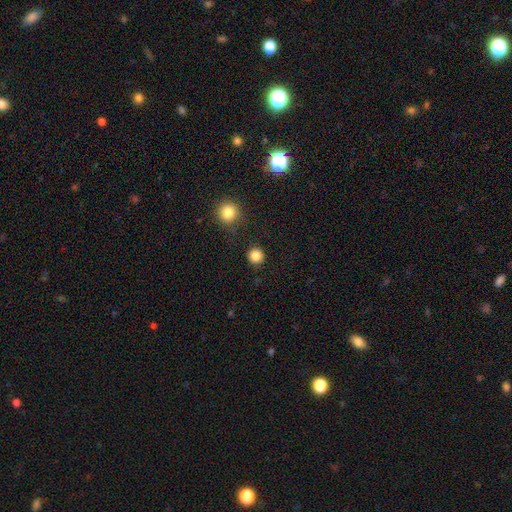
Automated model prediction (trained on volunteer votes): The model was most divided on "smooth or featured": smooth: 86%, star or artifact: 11%, featured or disk: 3%. More confident: how rounded — round (95%); merging — none (91%).